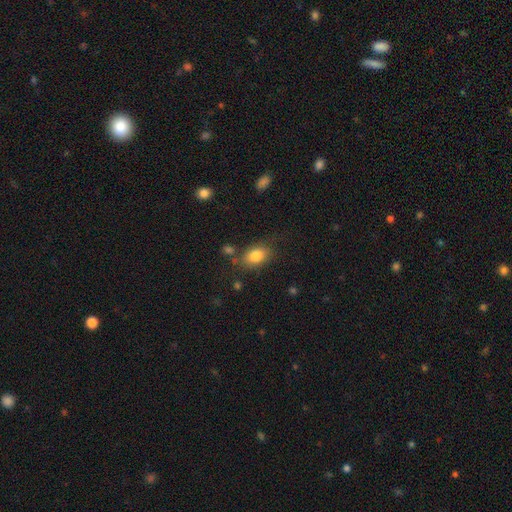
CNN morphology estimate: A smooth galaxy with no disk features (81%) that is in between round and cigar-shaped (81%). Merging: none (72%).